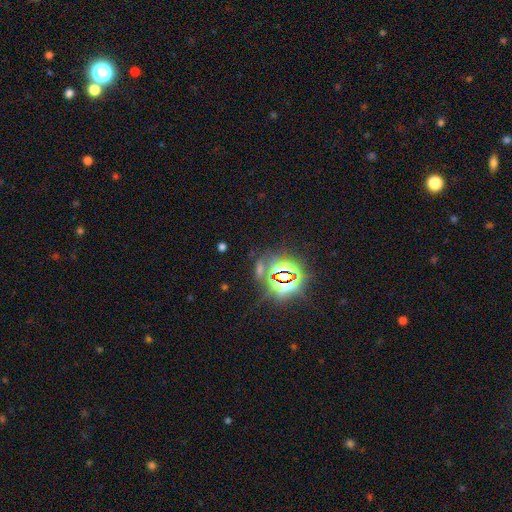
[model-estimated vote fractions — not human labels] Smooth or featured?
  - star or artifact: 82% *
  - smooth: 10%
  - featured or disk: 8%